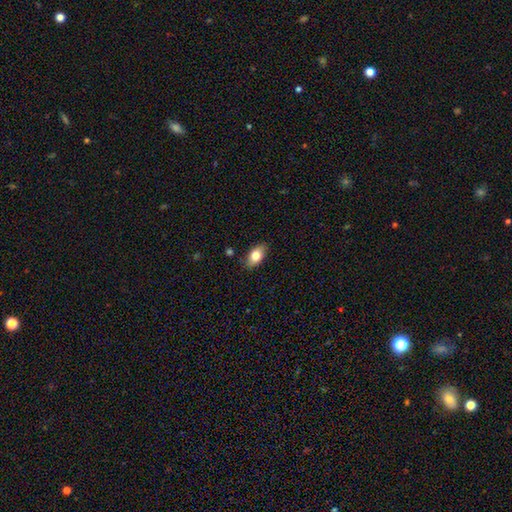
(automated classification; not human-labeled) This appears to be a smooth galaxy with no disk features (77%) that is in between round and cigar-shaped (89%). Merging: none (85%).